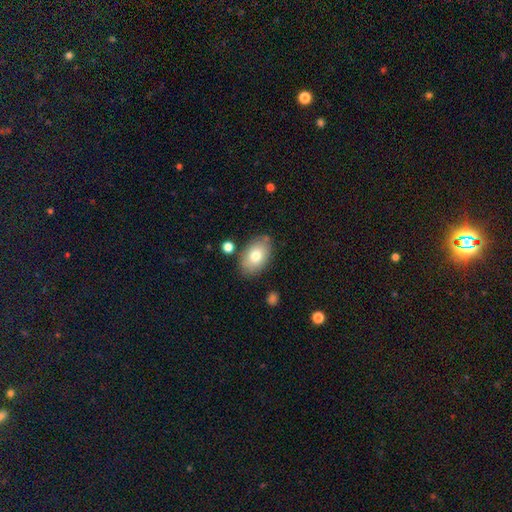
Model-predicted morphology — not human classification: The model was most divided on "smooth or featured": smooth: 76%, featured or disk: 17%, star or artifact: 7%. More confident: how rounded — in between (90%); merging — none (80%).